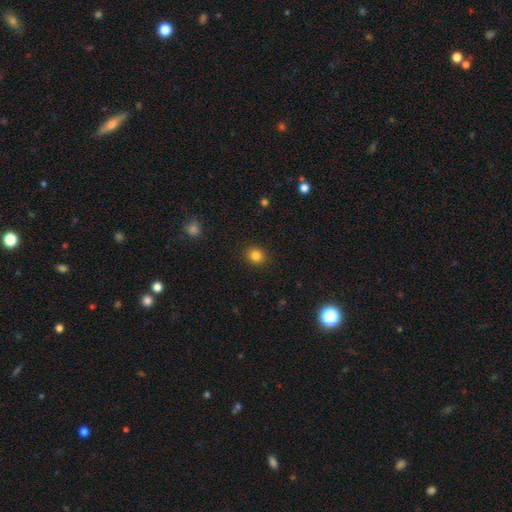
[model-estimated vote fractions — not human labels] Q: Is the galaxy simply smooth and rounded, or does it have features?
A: smooth — 84%.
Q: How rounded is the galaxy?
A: round — 76%.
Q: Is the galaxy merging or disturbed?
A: none — 91%.